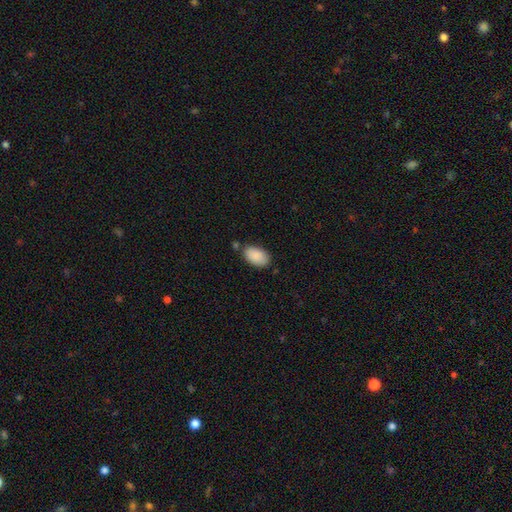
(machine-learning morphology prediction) The model was most divided on "merging": none: 74%, minor disturbance: 16%, merger: 7%, major disturbance: 3%. More confident: how rounded — in between (94%); smooth or featured — smooth (89%).